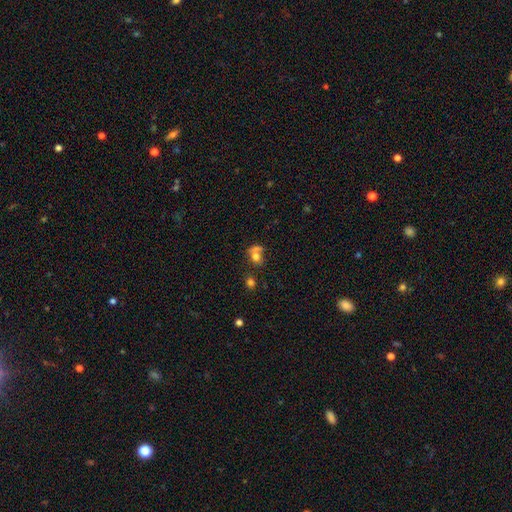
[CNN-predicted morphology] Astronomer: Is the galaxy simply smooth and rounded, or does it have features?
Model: smooth — 70%.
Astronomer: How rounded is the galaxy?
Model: round — 61% (runner-up: in between, 38%).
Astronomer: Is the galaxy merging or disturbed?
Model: merger — 49% (runner-up: none, 31%).